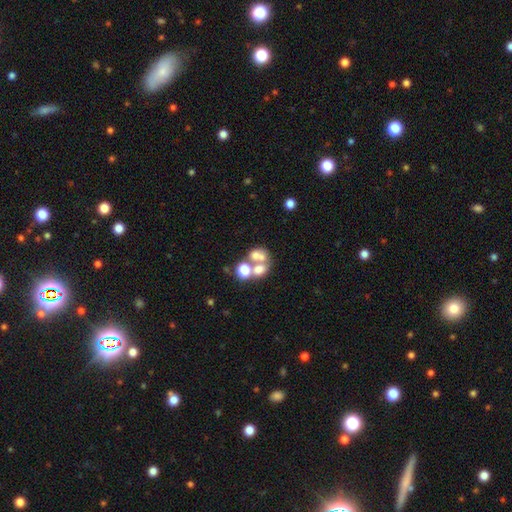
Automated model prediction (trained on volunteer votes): A smooth galaxy with no disk features (55%) that is round (53%).

Vote fractions:
- Smooth or featured? smooth: 55% / featured or disk: 28% / star or artifact: 17%
- How rounded? round: 53% / in between: 45% / cigar-shaped: 1%
- Merging? merger: 60% / none: 25% / major disturbance: 7% / minor disturbance: 7%